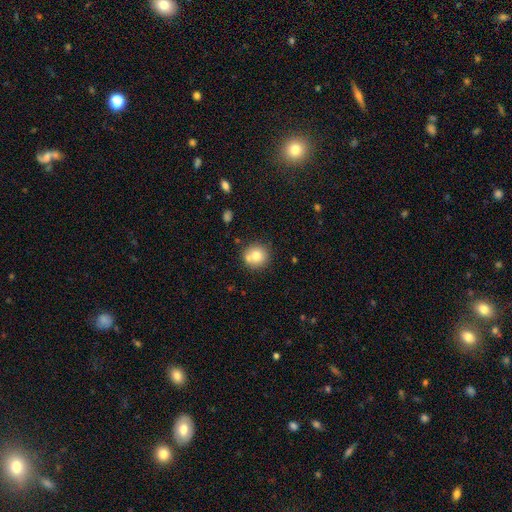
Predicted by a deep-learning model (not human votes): Morphology: type=smooth (76%); roundness=round (90%); merging=none (67%).